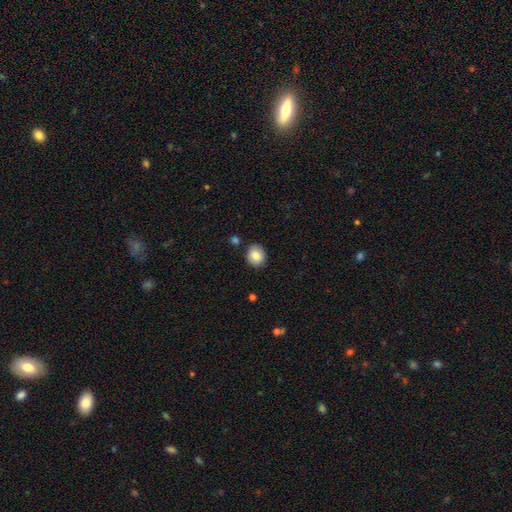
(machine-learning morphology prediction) Overall: smooth (84%). How rounded: round (72%). Merging: none (88%).